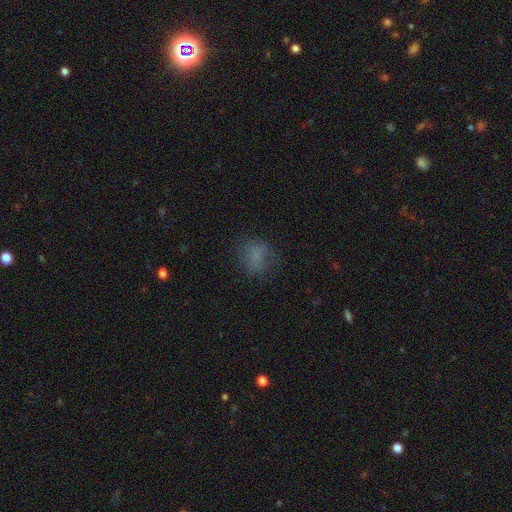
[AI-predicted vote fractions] smooth-or-featured: smooth: 69% | star or artifact: 17% | featured or disk: 14%
  how-rounded: round: 60% | in between: 39% | cigar-shaped: 2%
  merging: none: 66% | minor disturbance: 19% | major disturbance: 13% | merger: 2%